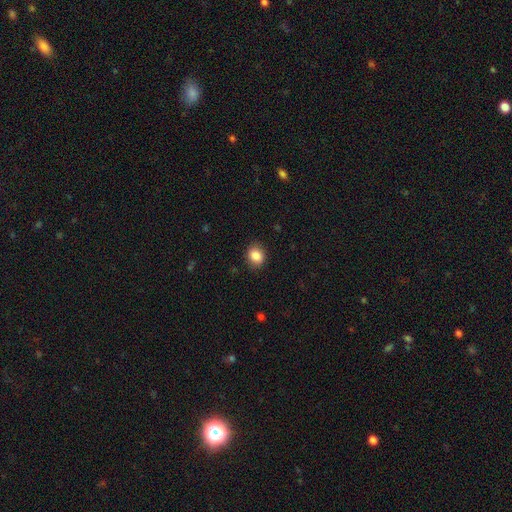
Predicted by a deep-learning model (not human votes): smooth-or-featured: smooth: 86% | star or artifact: 9% | featured or disk: 5%
  how-rounded: round: 61% | in between: 38% | cigar-shaped: 1%
  merging: none: 87% | minor disturbance: 10% | major disturbance: 3% | merger: 1%